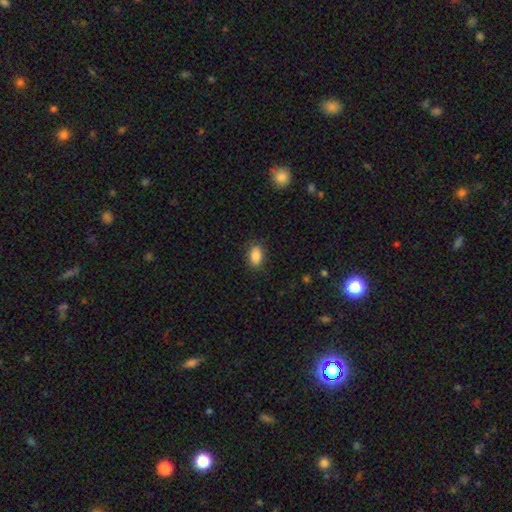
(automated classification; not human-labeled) The model was most divided on "merging": none: 83%, minor disturbance: 13%, major disturbance: 3%, merger: 1%. More confident: how rounded — in between (88%); smooth or featured — smooth (87%).